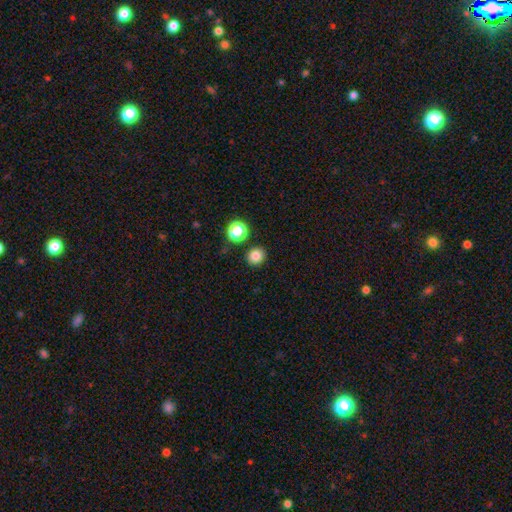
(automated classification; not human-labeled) Morphology: type=smooth (82%); roundness=round (87%); merging=none (88%).